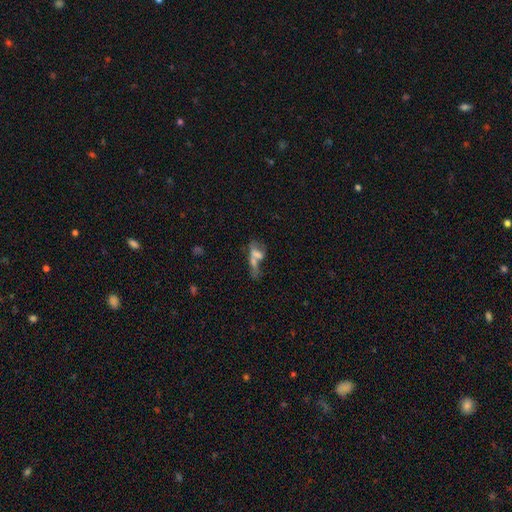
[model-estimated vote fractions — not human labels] Smooth or featured: smooth — 51% (featured or disk — 34%)
How rounded: in between — 61% (cigar-shaped — 31%)
Merging: merger — 53% (none — 19%)